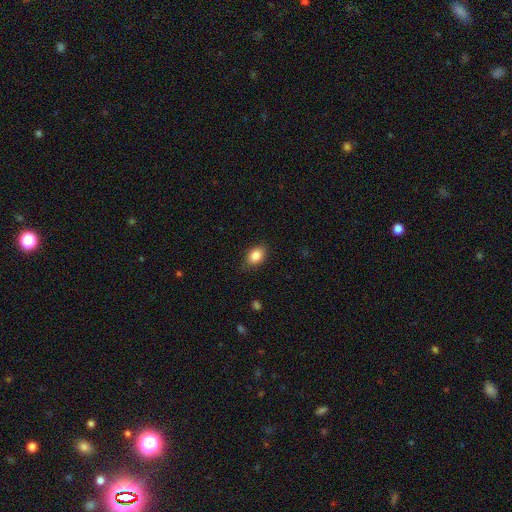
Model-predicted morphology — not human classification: Smooth or featured? smooth (86%)
How rounded? in between (79%)
Merging? none (82%)